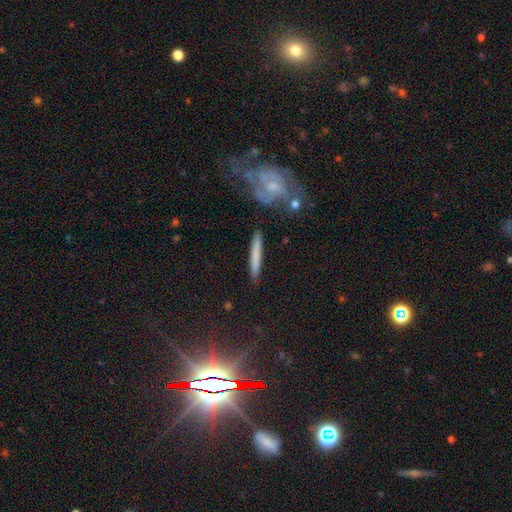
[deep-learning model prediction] smooth 65%, featured or disk 29%, star or artifact 6%. Down the decision tree: how rounded — cigar-shaped (95%); merging — none (85%).